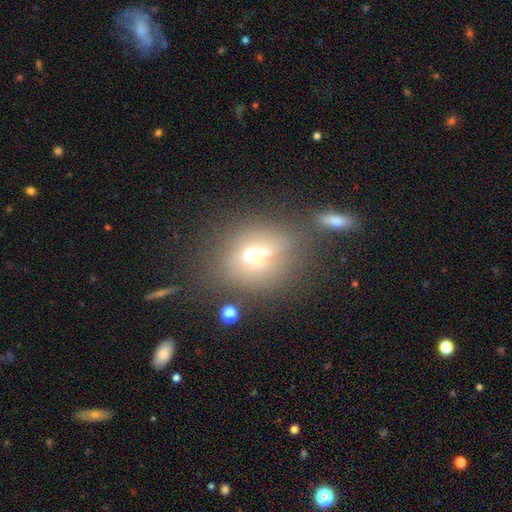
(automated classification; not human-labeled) Smooth or featured: smooth — 47% (featured or disk — 34%)
Merging: none — 63% (minor disturbance — 16%)